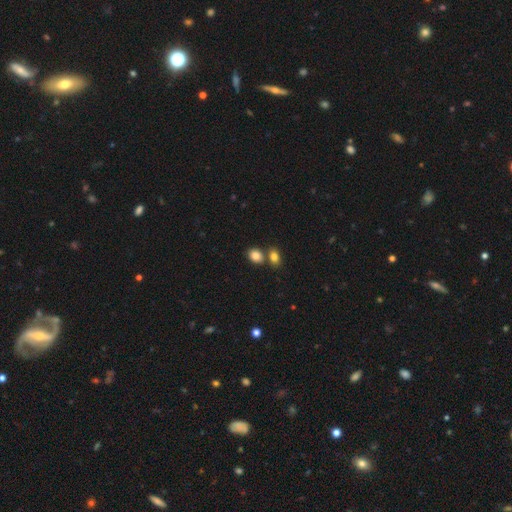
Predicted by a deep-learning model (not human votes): Q: Smooth or featured?
A: smooth (84%); runner-up: star or artifact (10%)
Q: How rounded?
A: in between (60%); runner-up: round (39%)
Q: Merging?
A: none (58%); runner-up: merger (30%)